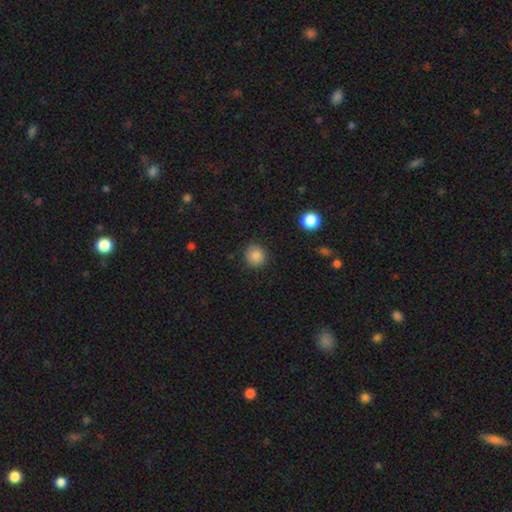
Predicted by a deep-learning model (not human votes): smooth 86%, star or artifact 10%, featured or disk 4%. Down the decision tree: how rounded — round (90%); merging — none (88%).